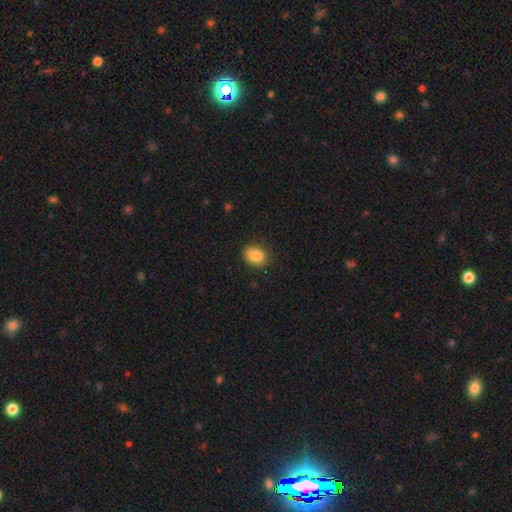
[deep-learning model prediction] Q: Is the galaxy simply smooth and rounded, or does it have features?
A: smooth — 83%.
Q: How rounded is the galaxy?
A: in between — 53%.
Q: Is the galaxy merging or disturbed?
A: none — 68%.